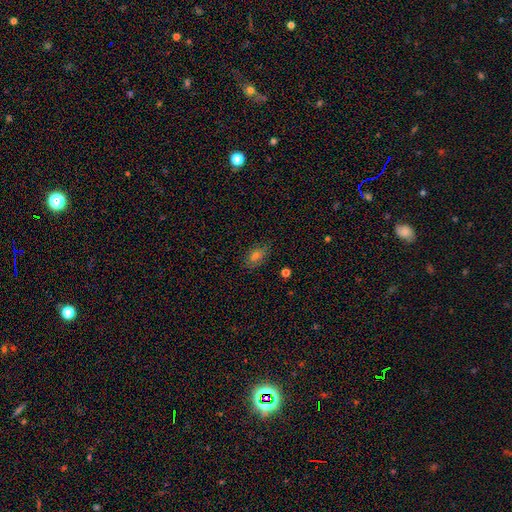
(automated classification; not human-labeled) The model was most divided on "smooth or featured": smooth: 65%, star or artifact: 21%, featured or disk: 13%. More confident: merging — none (81%); how rounded — in between (77%).